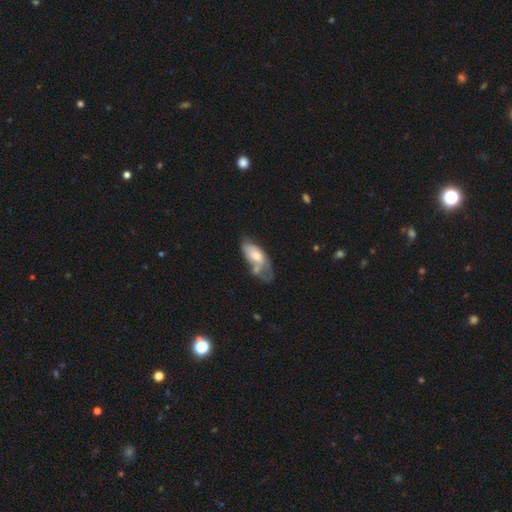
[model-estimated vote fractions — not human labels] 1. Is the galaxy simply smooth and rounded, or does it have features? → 49% smooth, 44% featured or disk, 7% star or artifact.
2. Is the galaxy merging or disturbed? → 33% major disturbance, 24% minor disturbance, 22% none, 21% merger.